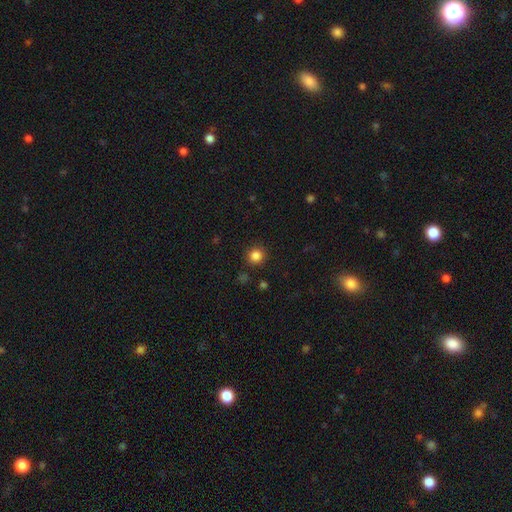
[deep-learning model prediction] Morphology: type=smooth (84%); roundness=round (94%); merging=none (89%).